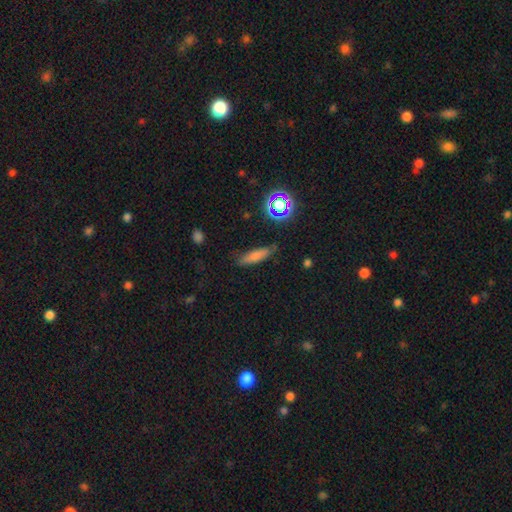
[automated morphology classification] This appears to be a smooth galaxy with no disk features (72%) that is cigar-shaped (68%). Merging: none (77%).